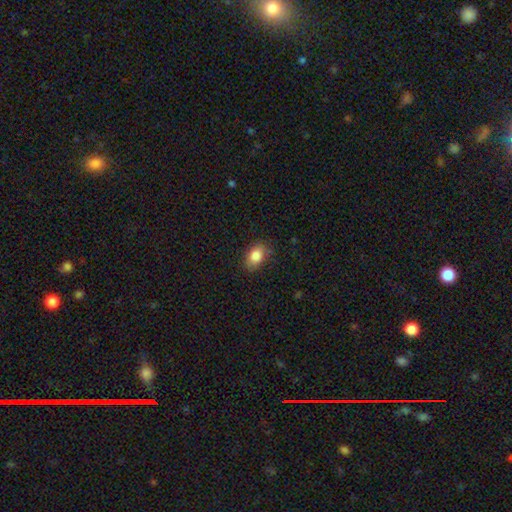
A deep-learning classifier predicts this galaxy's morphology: Smooth or featured: smooth — 84% (star or artifact — 8%)
How rounded: in between — 86% (round — 13%)
Merging: none — 81% (minor disturbance — 15%)